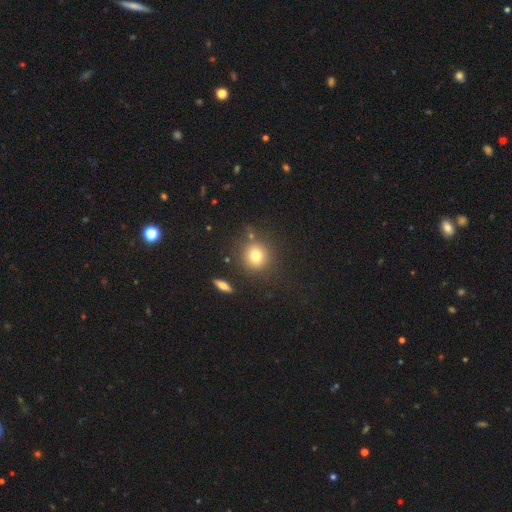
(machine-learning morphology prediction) This is likely a smooth galaxy (77%). How rounded: clearly round (87%). Merging: clearly none (81%).